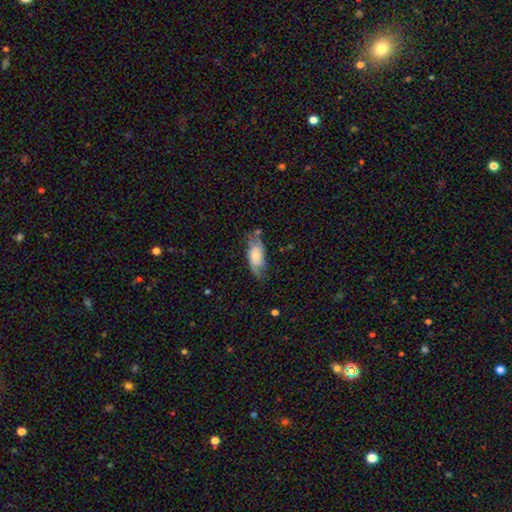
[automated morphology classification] This appears to be a featured or disk galaxy (50%). Merging: none (58%).